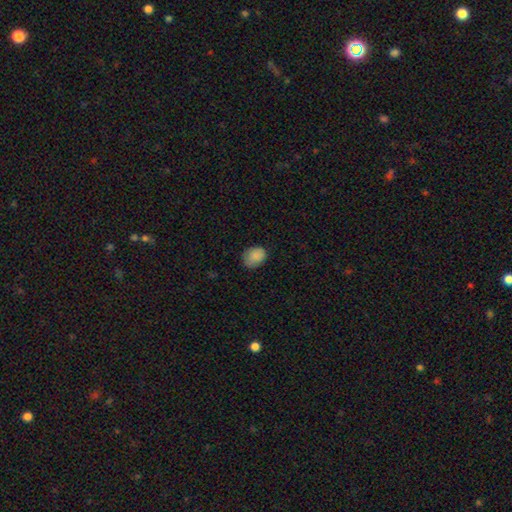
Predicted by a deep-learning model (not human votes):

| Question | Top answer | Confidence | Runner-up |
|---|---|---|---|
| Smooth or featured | smooth | 87% | star or artifact (9%) |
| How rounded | in between | 54% | round (46%) |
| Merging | none | 72% | minor disturbance (23%) |